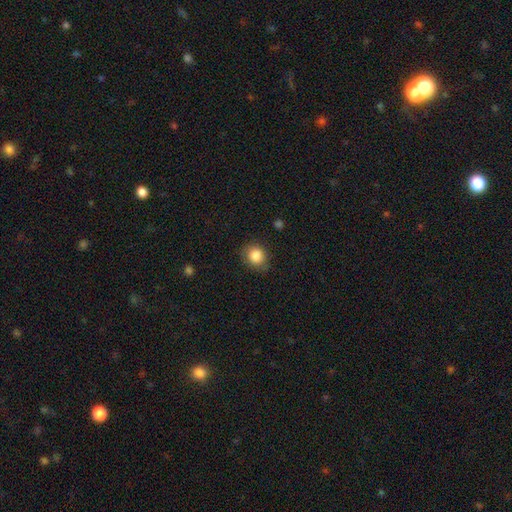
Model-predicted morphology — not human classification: smooth 86%, star or artifact 9%, featured or disk 5%. Down the decision tree: how rounded — round (75%); merging — none (80%).